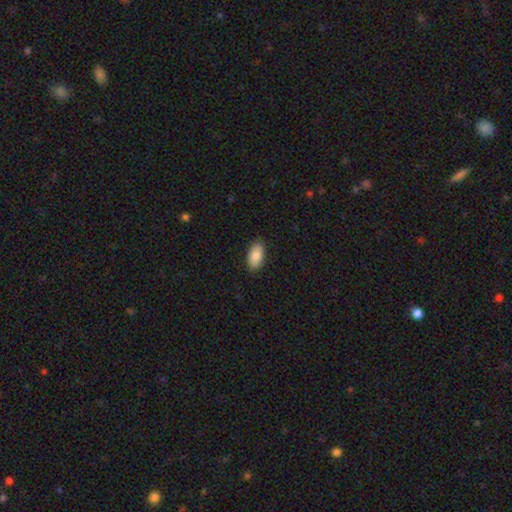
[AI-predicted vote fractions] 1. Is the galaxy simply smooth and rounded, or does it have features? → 85% smooth, 9% featured or disk, 6% star or artifact.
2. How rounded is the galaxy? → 94% in between, 3% round, 3% cigar-shaped.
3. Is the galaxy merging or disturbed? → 87% none, 10% minor disturbance, 2% major disturbance, 1% merger.